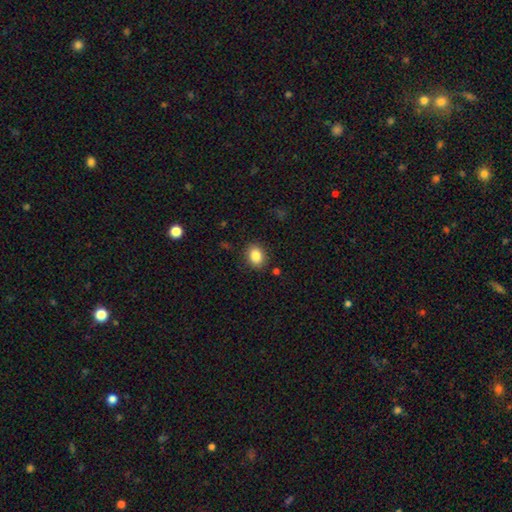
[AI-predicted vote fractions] A smooth galaxy with no disk features (85%) that is in between round and cigar-shaped (63%). Merging: none (87%).